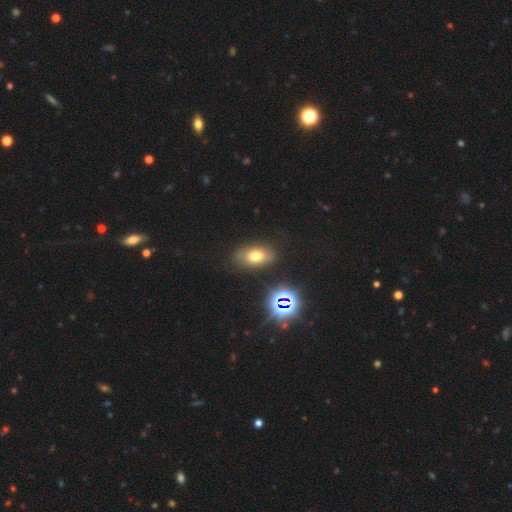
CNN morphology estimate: smooth_or_featured: smooth (p=0.62) [alt: star or artifact p=0.20]
how_rounded: in between (p=0.85) [alt: round p=0.12]
merging: none (p=0.81) [alt: minor disturbance p=0.13]